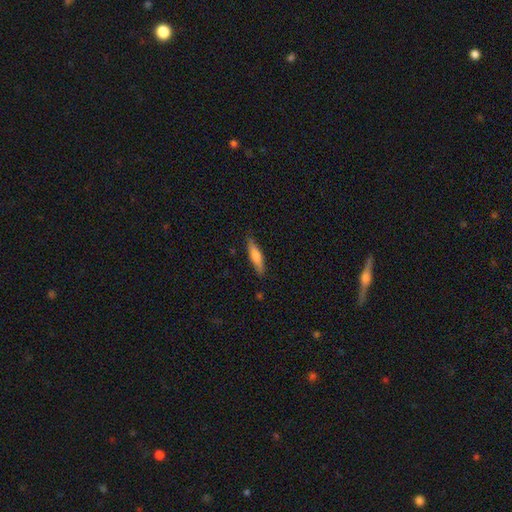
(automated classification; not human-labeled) Smooth or featured?
  - smooth: 67% *
  - featured or disk: 27%
  - star or artifact: 6%
How rounded?
  - cigar-shaped: 79% *
  - in between: 19%
  - round: 2%
Merging?
  - none: 85% *
  - minor disturbance: 12%
  - major disturbance: 2%
  - merger: 1%